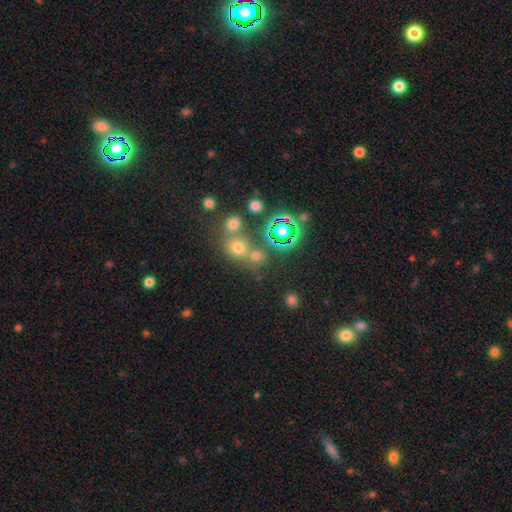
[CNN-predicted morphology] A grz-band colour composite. It shows a star or artifact, not a galaxy (51%).